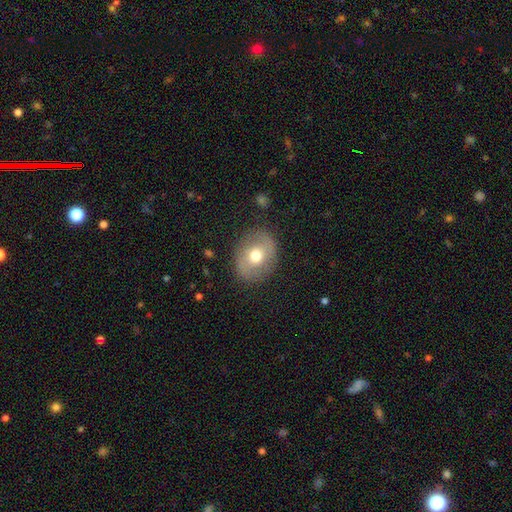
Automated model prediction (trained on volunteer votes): smooth_or_featured: smooth (p=0.60) [alt: featured or disk p=0.33]
how_rounded: round (p=0.56) [alt: in between p=0.43]
merging: none (p=0.84) [alt: minor disturbance p=0.11]